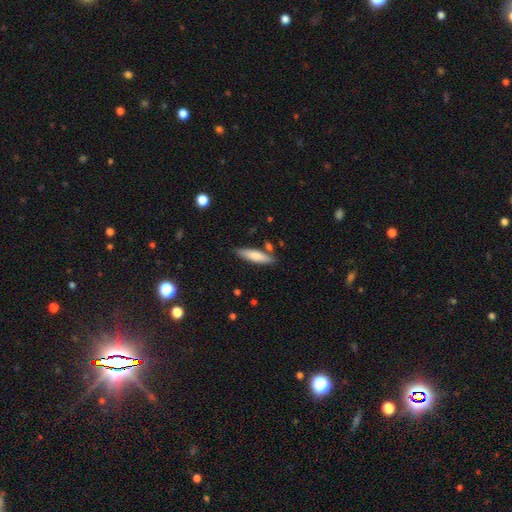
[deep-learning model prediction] smooth-or-featured: smooth: 78% | featured or disk: 16% | star or artifact: 6%
  how-rounded: cigar-shaped: 67% | in between: 31% | round: 2%
  merging: none: 80% | minor disturbance: 12% | merger: 6% | major disturbance: 2%